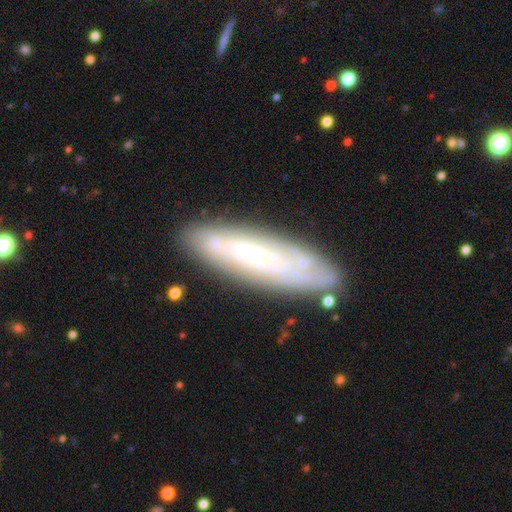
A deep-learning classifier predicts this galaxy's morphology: smooth-or-featured: featured or disk: 61% | smooth: 32% | star or artifact: 7%
  disk-edge-on: no: 65% | yes: 35%
  merging: none: 82% | minor disturbance: 13% | major disturbance: 3% | merger: 2%